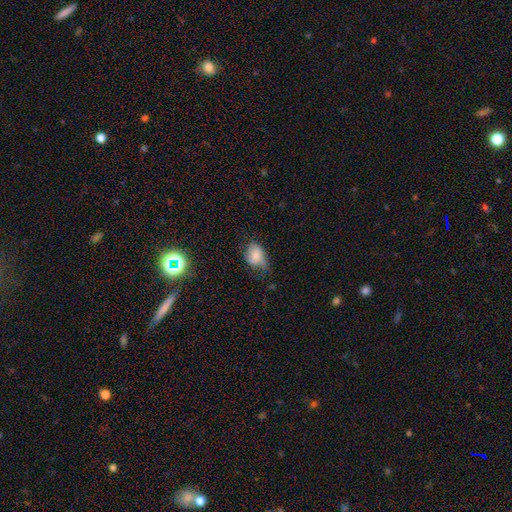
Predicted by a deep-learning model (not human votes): smooth-or-featured: smooth: 72% | featured or disk: 18% | star or artifact: 10%
  how-rounded: in between: 75% | round: 24% | cigar-shaped: 1%
  merging: none: 42% | minor disturbance: 40% | major disturbance: 16% | merger: 2%